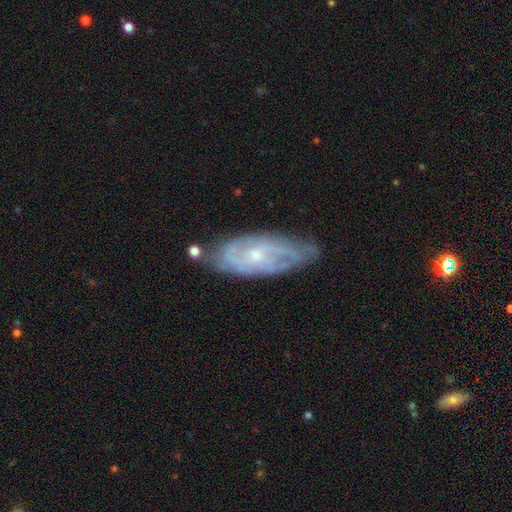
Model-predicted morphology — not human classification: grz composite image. It shows a featured or disk galaxy (79%) with no bar (68%), tight (58%) spiral arms (90%) and a small central bulge (65%). Merging: none (68%).